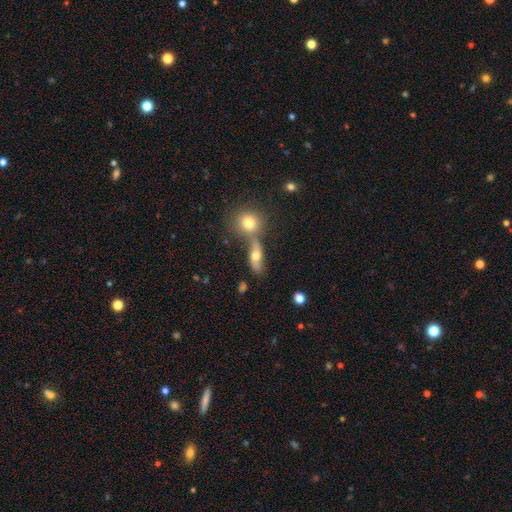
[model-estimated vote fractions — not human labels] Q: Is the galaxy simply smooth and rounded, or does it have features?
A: smooth — 59%.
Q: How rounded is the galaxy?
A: in between — 60%.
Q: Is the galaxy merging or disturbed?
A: none — 49%.